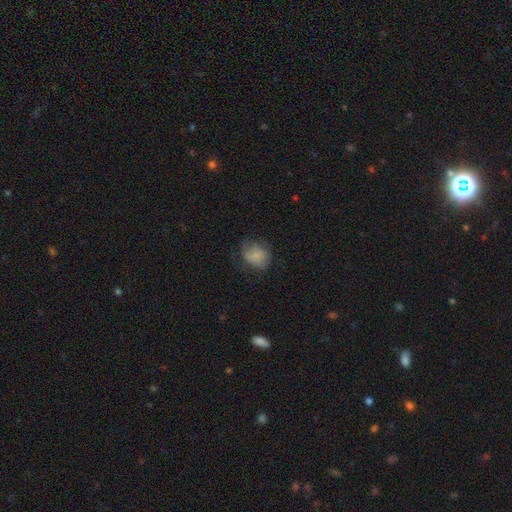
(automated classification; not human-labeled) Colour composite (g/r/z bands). It shows a smooth galaxy with no disk features (69%) that is round (63%). Merging: none (53%).